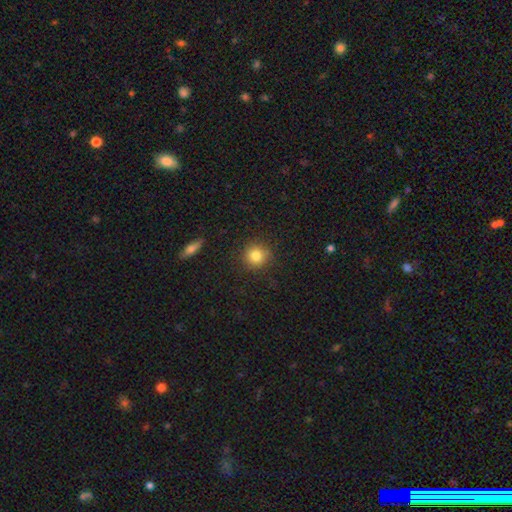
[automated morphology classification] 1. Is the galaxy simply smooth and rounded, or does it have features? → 83% smooth, 11% star or artifact, 6% featured or disk.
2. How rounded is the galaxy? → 91% round, 8% in between, 1% cigar-shaped.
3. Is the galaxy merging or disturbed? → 86% none, 9% minor disturbance, 3% major disturbance, 2% merger.